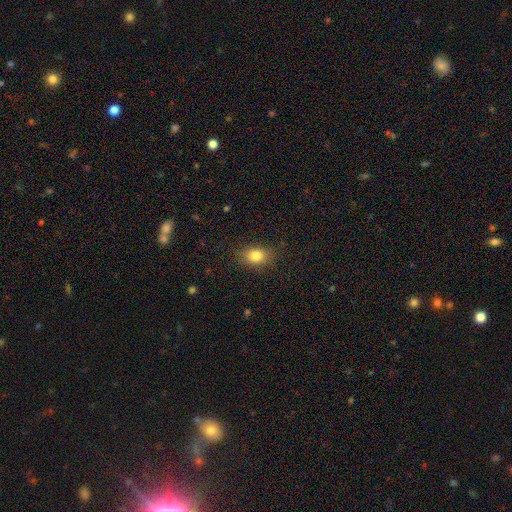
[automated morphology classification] This appears to be a smooth galaxy with no disk features (82%) that is in between round and cigar-shaped (63%). Merging: none (83%).